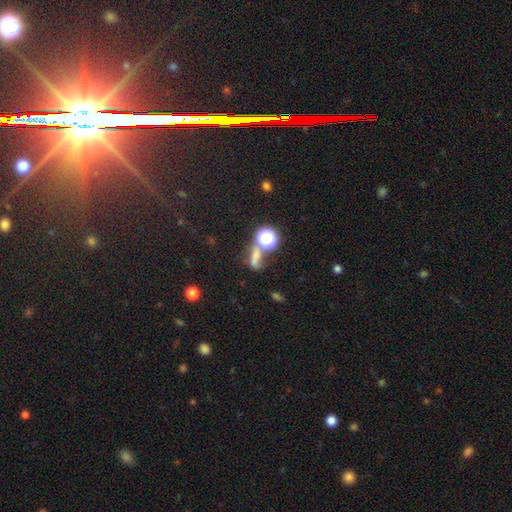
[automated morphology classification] Overall: smooth (48%; star or artifact 35%). Merging: none (41%; merger 30%).